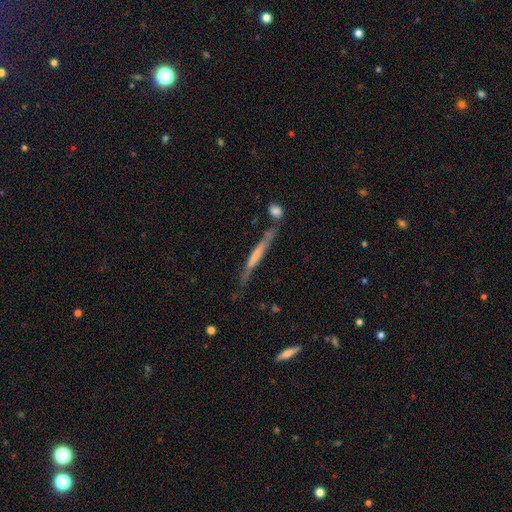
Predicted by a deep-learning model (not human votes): Overall: featured or disk (49%; smooth 44%). Merging: none (59%; minor disturbance 21%).